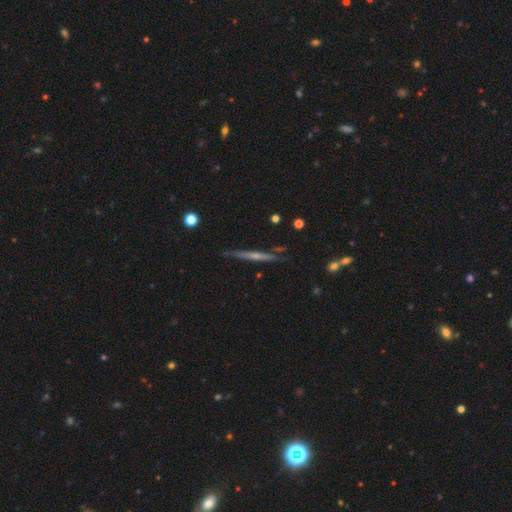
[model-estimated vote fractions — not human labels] Q: Smooth or featured?
A: featured or disk (67%); runner-up: smooth (25%)
Q: Edge-on disk?
A: yes (96%); runner-up: no (4%)
Q: Edge-on bulge?
A: none (49%); runner-up: rounded (43%)
Q: Merging?
A: none (83%); runner-up: minor disturbance (12%)